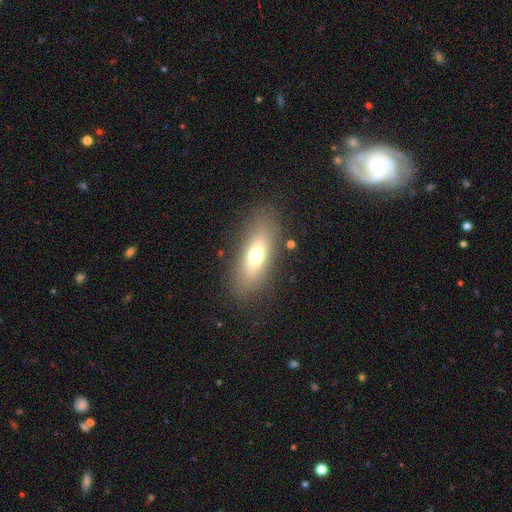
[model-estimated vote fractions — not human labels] Smooth or featured: smooth — 68% (featured or disk — 23%)
How rounded: in between — 66% (cigar-shaped — 30%)
Merging: none — 84% (minor disturbance — 10%)